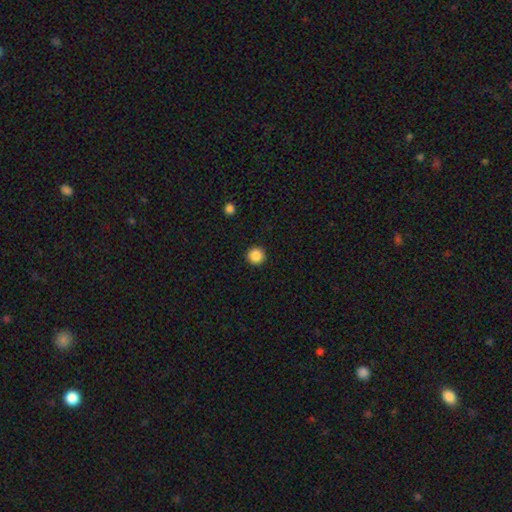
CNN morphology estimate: type=smooth (87%); roundness=round (96%); merging=none (93%).